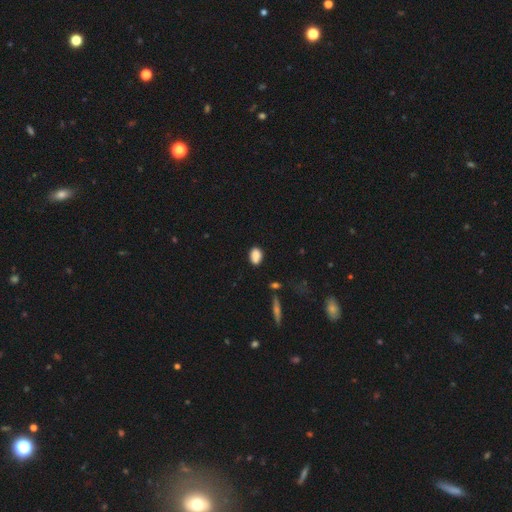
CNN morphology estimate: The model was most divided on "merging": none: 73%, minor disturbance: 18%, merger: 6%, major disturbance: 4%. More confident: smooth or featured — smooth (86%); how rounded — in between (80%).